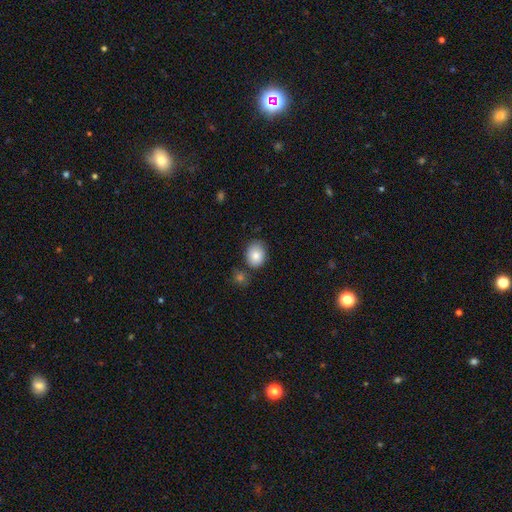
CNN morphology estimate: type=smooth (84%); roundness=in between (60%); merging=none (68%).